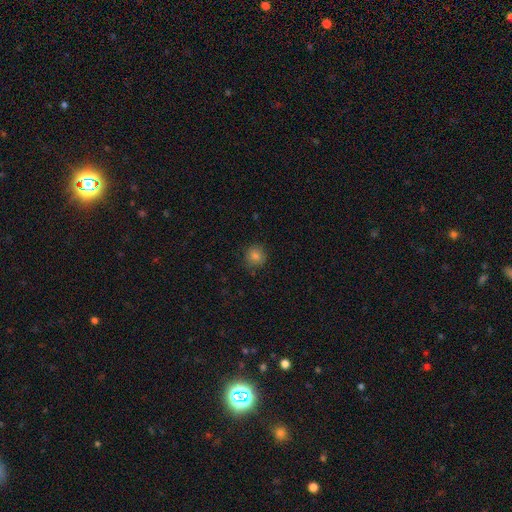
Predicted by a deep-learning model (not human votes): smooth-or-featured: smooth: 81% | star or artifact: 14% | featured or disk: 6%
  how-rounded: round: 90% | in between: 9% | cigar-shaped: 1%
  merging: none: 87% | minor disturbance: 10% | major disturbance: 3% | merger: 1%